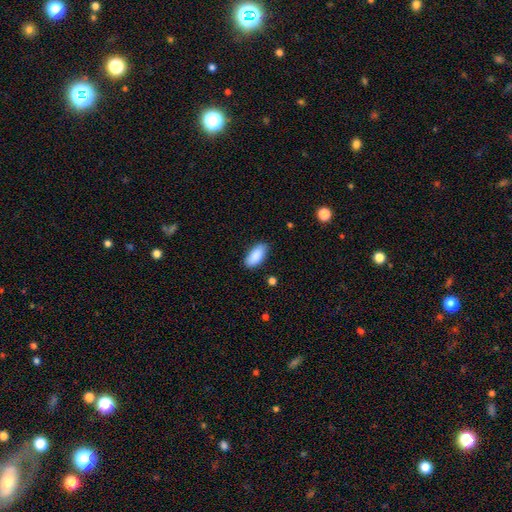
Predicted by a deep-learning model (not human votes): This is clearly a smooth galaxy (89%). How rounded: clearly in between (90%). Merging: clearly none (81%).